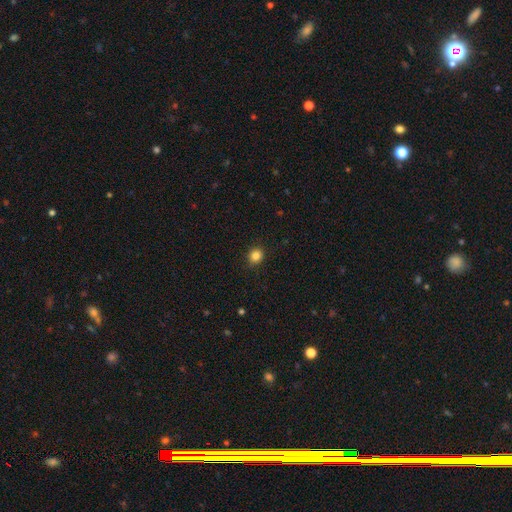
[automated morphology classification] Smooth or featured?
  - smooth: 85% *
  - star or artifact: 11%
  - featured or disk: 4%
How rounded?
  - round: 80% *
  - in between: 19%
  - cigar-shaped: 1%
Merging?
  - none: 90% *
  - minor disturbance: 8%
  - major disturbance: 2%
  - merger: 1%